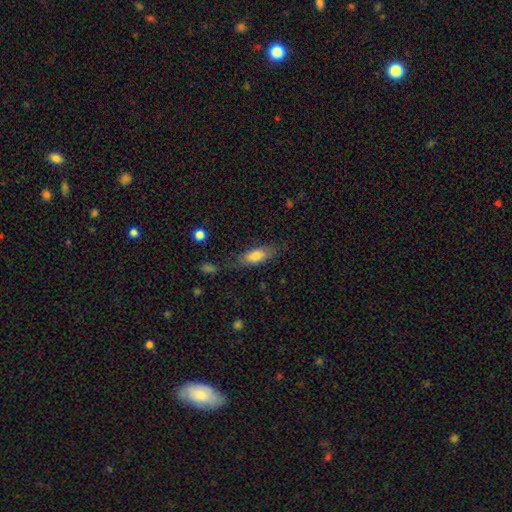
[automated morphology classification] Q: Smooth or featured?
A: smooth (75%); runner-up: featured or disk (18%)
Q: How rounded?
A: in between (73%); runner-up: cigar-shaped (25%)
Q: Merging?
A: none (64%); runner-up: minor disturbance (22%)